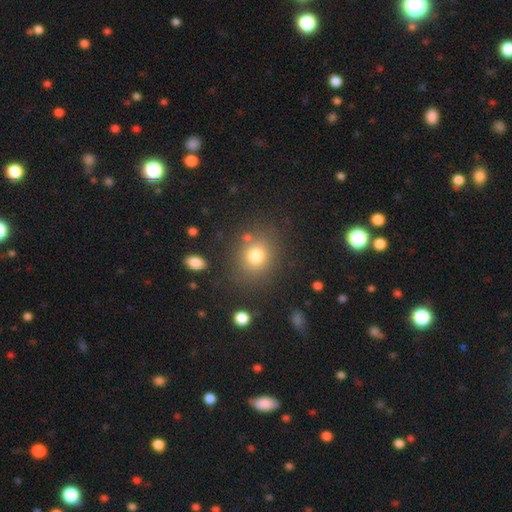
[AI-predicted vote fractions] Morphology: type=smooth (77%); roundness=round (71%); merging=none (78%).